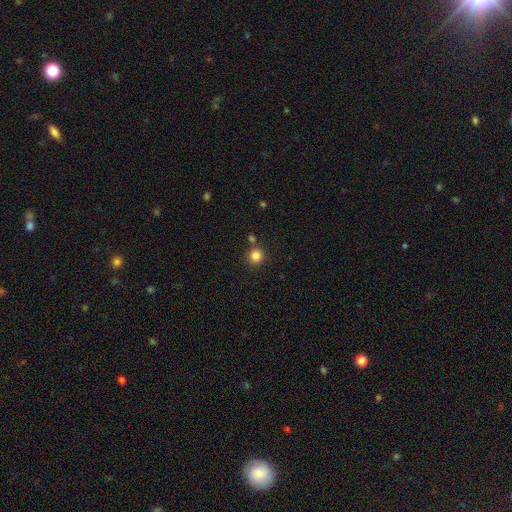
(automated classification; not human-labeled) smooth-or-featured: smooth: 84% | star or artifact: 12% | featured or disk: 4%
  how-rounded: round: 93% | in between: 6% | cigar-shaped: 1%
  merging: none: 81% | merger: 9% | minor disturbance: 7% | major disturbance: 2%